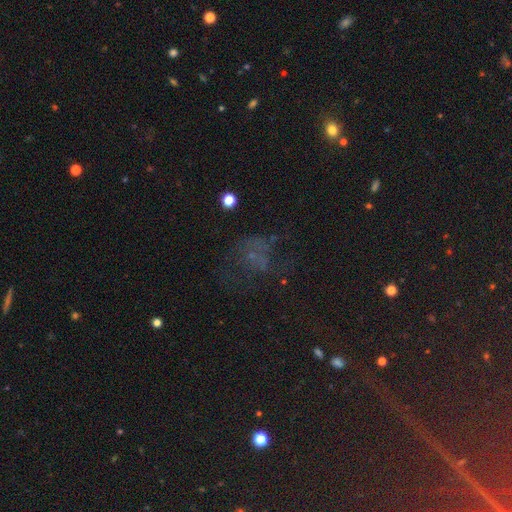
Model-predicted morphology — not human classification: featured or disk 34%, smooth 33%, star or artifact 33%. Down the decision tree: merging — none (44%).